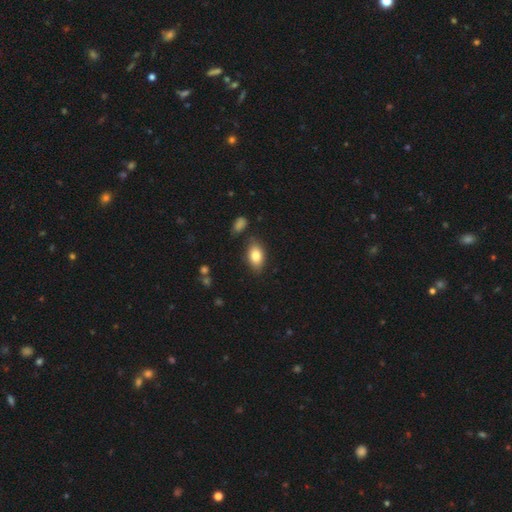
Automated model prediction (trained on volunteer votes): Smooth or featured? smooth (82%)
How rounded? in between (89%)
Merging? none (81%)